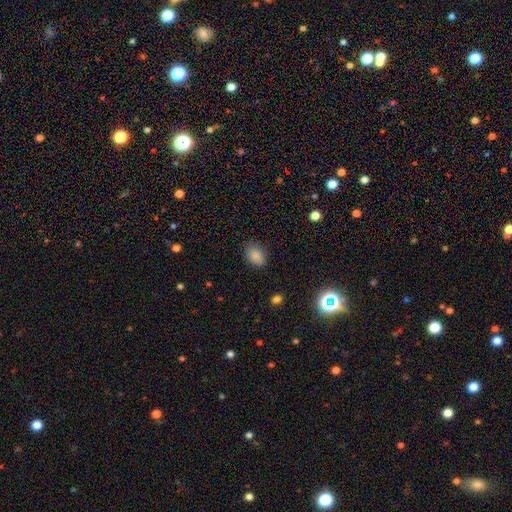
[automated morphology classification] Q: Smooth or featured?
A: smooth (86%); runner-up: star or artifact (10%)
Q: How rounded?
A: in between (81%); runner-up: round (18%)
Q: Merging?
A: none (78%); runner-up: minor disturbance (17%)